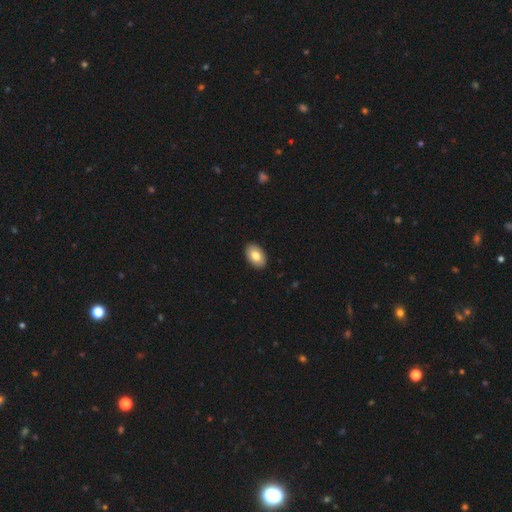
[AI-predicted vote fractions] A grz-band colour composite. It shows a smooth galaxy with no disk features (81%) that is in between round and cigar-shaped (90%). Merging: none (91%).